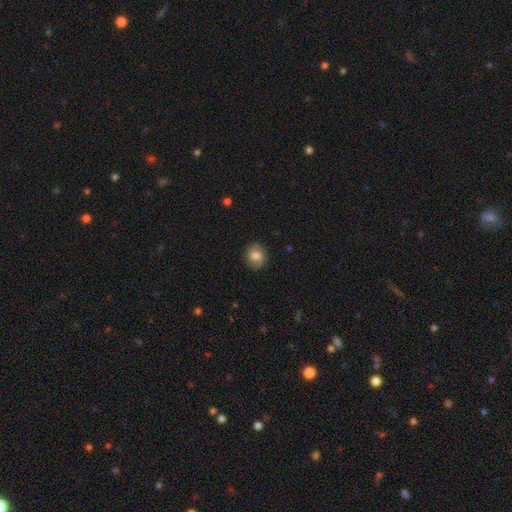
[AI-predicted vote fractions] This is likely a smooth galaxy (70%). How rounded: likely round (76%). Merging: clearly none (82%).